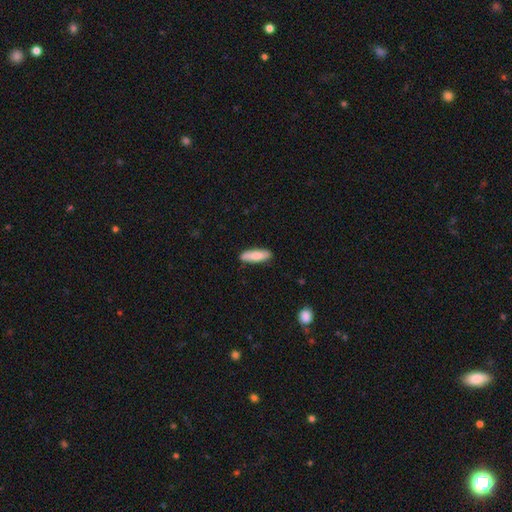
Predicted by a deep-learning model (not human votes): Q: Smooth or featured?
A: smooth (83%); runner-up: featured or disk (12%)
Q: How rounded?
A: cigar-shaped (54%); runner-up: in between (45%)
Q: Merging?
A: none (86%); runner-up: minor disturbance (11%)